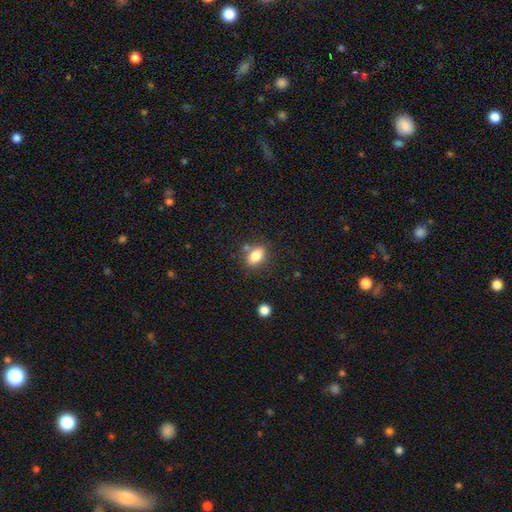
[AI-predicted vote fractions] This appears to be a smooth galaxy with no disk features (82%) that is in between round and cigar-shaped (82%). Merging: none (74%).